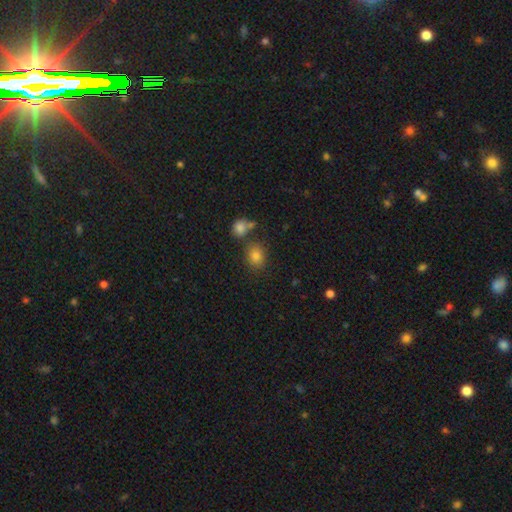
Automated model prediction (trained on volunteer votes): Morphology: type=smooth (78%); roundness=round (61%); merging=none (71%).